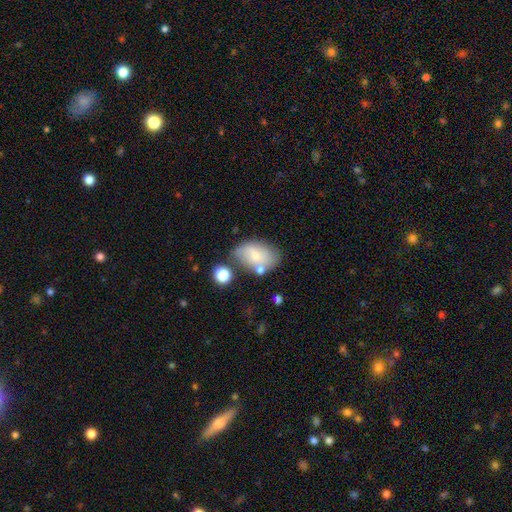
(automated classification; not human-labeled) smooth_or_featured: smooth (p=0.69) [alt: featured or disk p=0.23]
how_rounded: in between (p=0.90) [alt: round p=0.09]
merging: none (p=0.55) [alt: minor disturbance p=0.24]